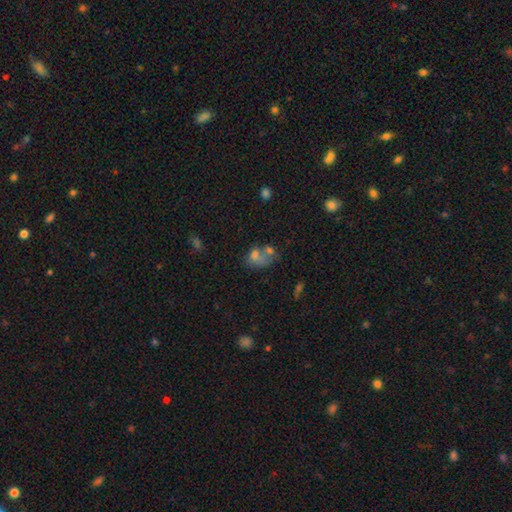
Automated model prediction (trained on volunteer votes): Overall: smooth (64%). How rounded: in between (63%; round 35%). Merging: merger (47%; none 27%).